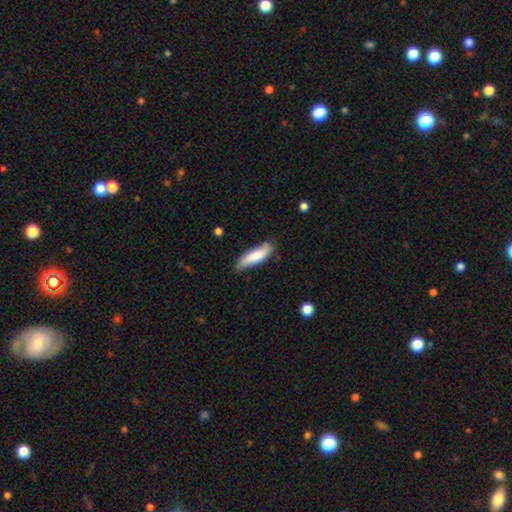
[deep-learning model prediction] smooth_or_featured: smooth (p=0.77) [alt: featured or disk p=0.17]
how_rounded: cigar-shaped (p=0.59) [alt: in between p=0.39]
merging: none (p=0.75) [alt: minor disturbance p=0.20]